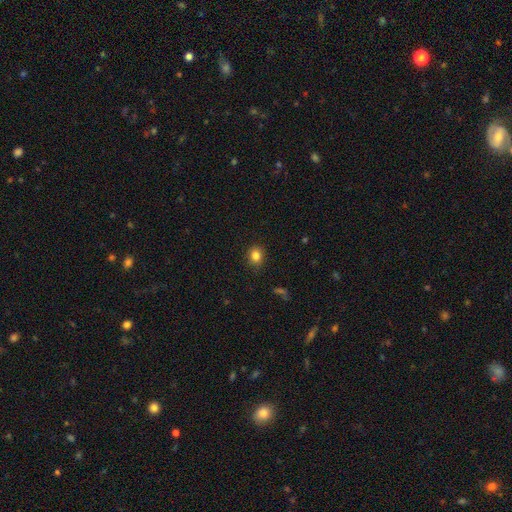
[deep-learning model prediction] A smooth galaxy with no disk features (84%) that is round (64%). Merging: none (87%).